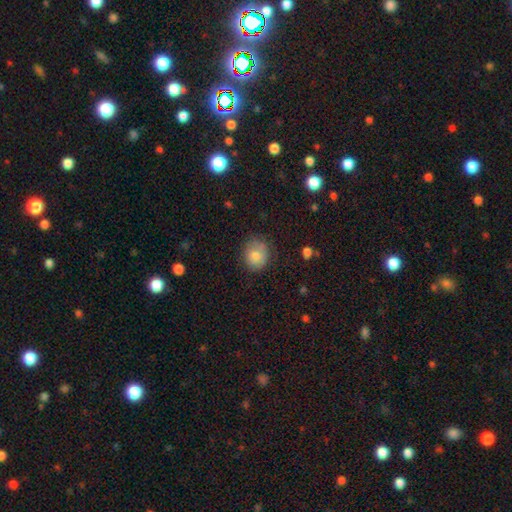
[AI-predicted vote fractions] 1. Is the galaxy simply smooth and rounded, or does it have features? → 78% smooth, 12% featured or disk, 10% star or artifact.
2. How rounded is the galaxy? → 66% round, 33% in between, 1% cigar-shaped.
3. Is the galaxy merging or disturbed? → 76% none, 18% minor disturbance, 4% major disturbance, 1% merger.